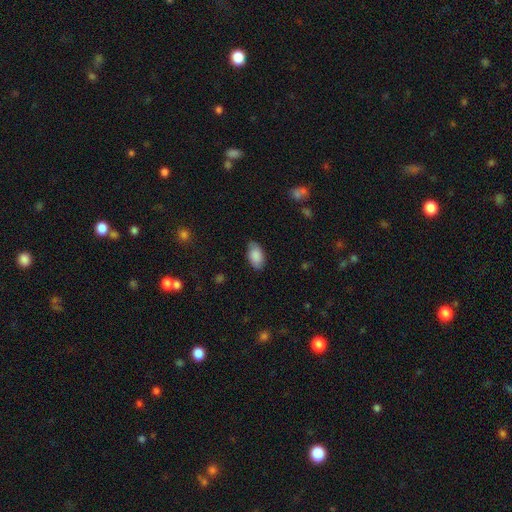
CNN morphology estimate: Smooth or featured: smooth — 85% (featured or disk — 8%)
How rounded: in between — 94% (round — 4%)
Merging: none — 77% (minor disturbance — 18%)